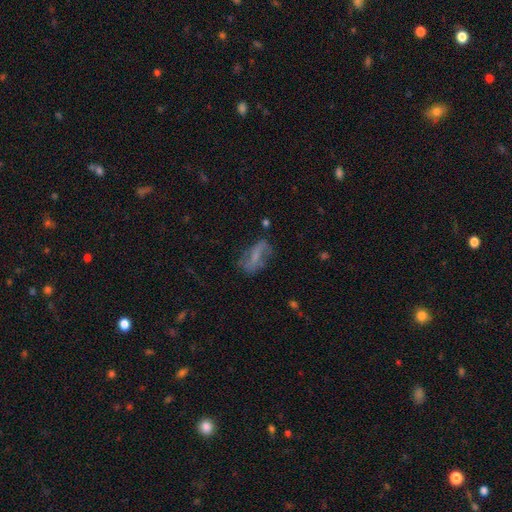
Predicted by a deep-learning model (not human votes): Smooth or featured? Predicted: featured or disk (p=0.46). Merging? Predicted: none (p=0.54).